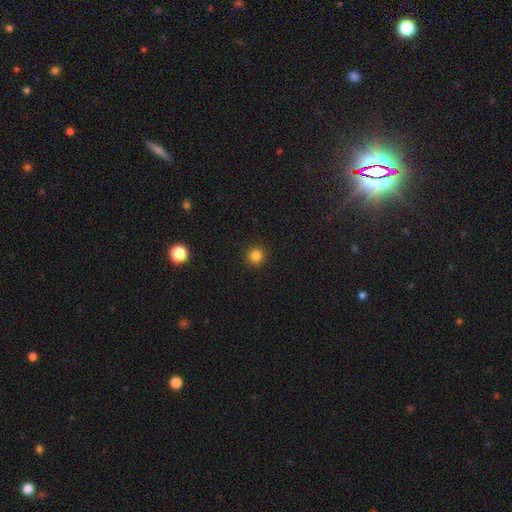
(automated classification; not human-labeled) This is clearly a smooth galaxy (83%). How rounded: clearly round (95%). Merging: clearly none (92%).